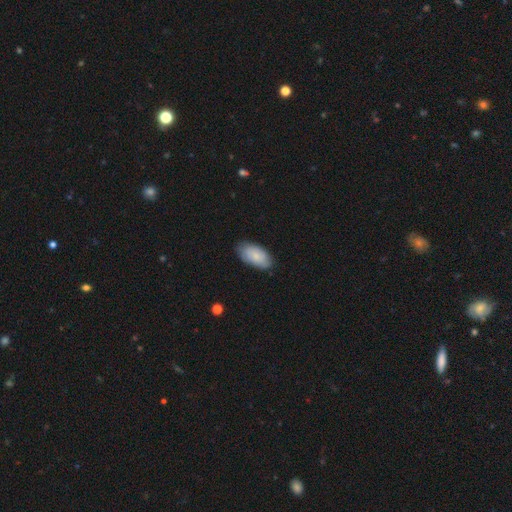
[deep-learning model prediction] A smooth galaxy with no disk features (75%) that is in between round and cigar-shaped (94%). Merging: none (79%).